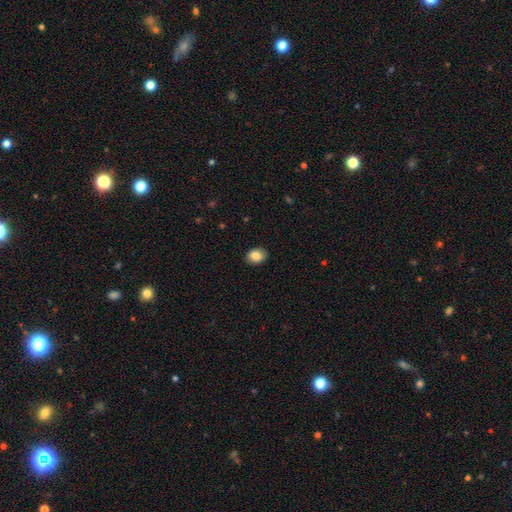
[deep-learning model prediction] Morphology: type=smooth (85%); roundness=in between (68%); merging=none (88%).